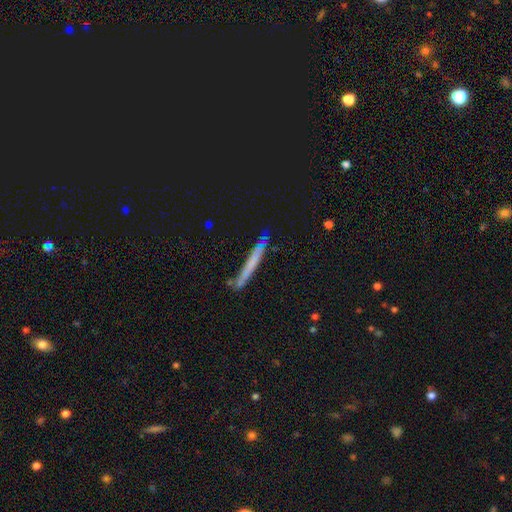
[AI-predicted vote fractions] Smooth or featured: smooth — 49% (featured or disk — 34%)
Merging: none — 77% (minor disturbance — 16%)